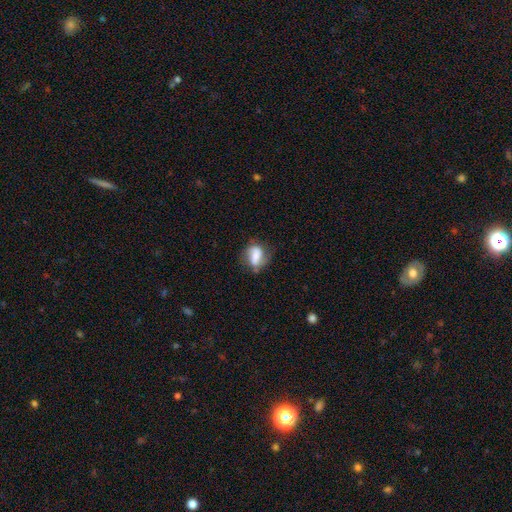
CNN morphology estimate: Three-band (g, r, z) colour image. It shows a smooth galaxy with no disk features (51%) that is in between round and cigar-shaped (68%). Merging: none (52%).